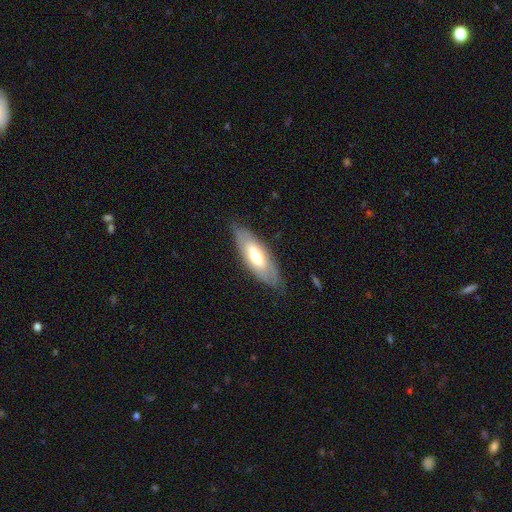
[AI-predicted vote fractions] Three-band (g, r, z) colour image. It shows a smooth galaxy with no disk features (54%) that is in between round and cigar-shaped (70%). Merging: none (76%).